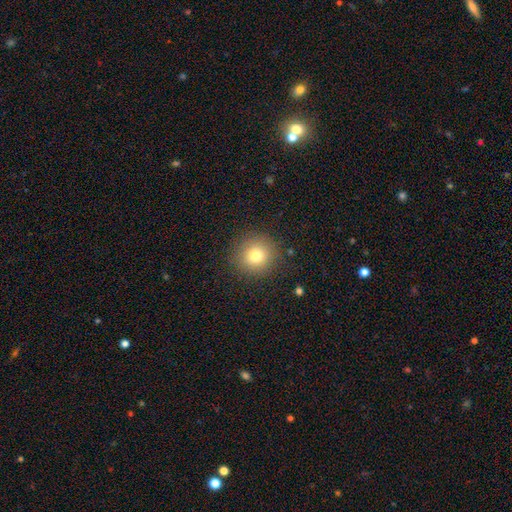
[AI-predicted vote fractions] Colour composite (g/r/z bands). It shows a smooth galaxy with no disk features (77%) that is round (94%). Merging: none (89%).